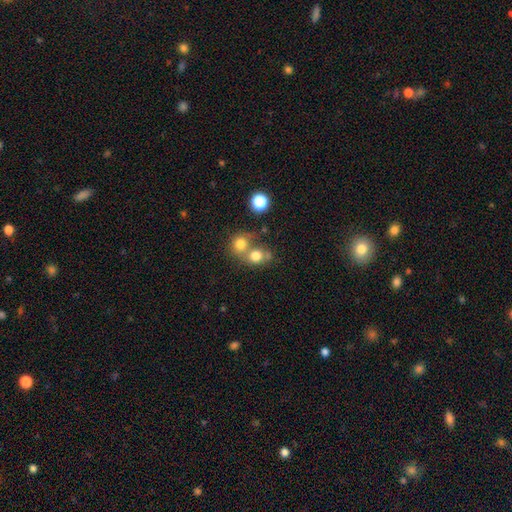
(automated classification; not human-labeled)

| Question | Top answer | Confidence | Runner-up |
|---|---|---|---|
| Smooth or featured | smooth | 76% | star or artifact (12%) |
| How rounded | round | 77% | in between (22%) |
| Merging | merger | 51% | none (38%) |